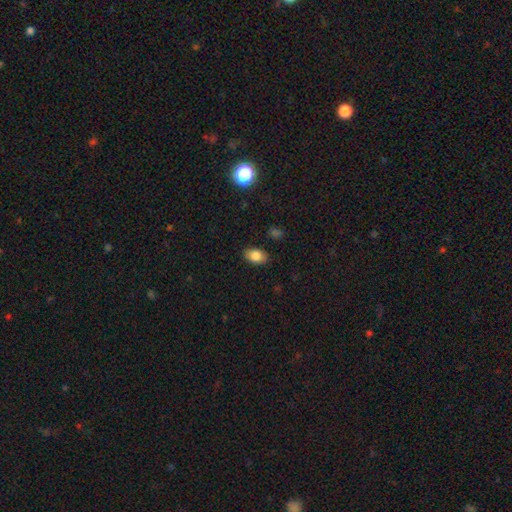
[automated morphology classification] type=smooth (84%); roundness=in between (86%); merging=none (86%).